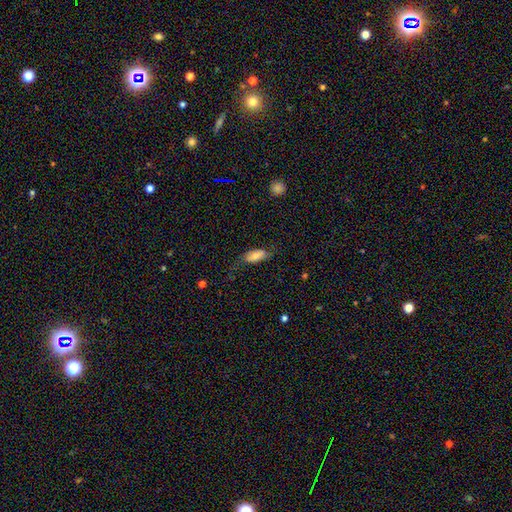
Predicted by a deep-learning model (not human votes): The model was most divided on "merging": none: 56%, minor disturbance: 26%, major disturbance: 16%, merger: 2%. More confident: how rounded — in between (85%); smooth or featured — smooth (71%).